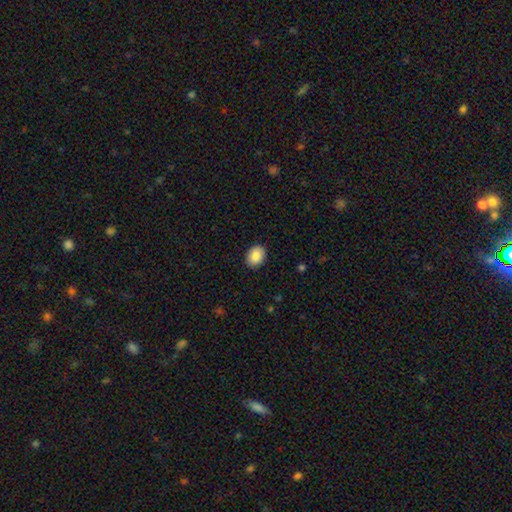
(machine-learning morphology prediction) Overall: smooth (88%). How rounded: in between (66%; round 33%). Merging: none (90%).